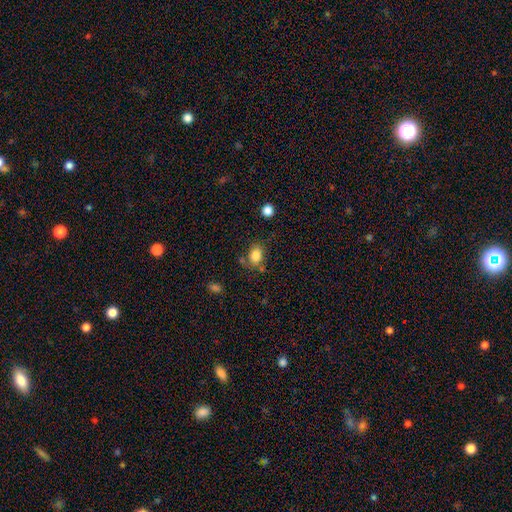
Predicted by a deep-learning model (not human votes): smooth_or_featured: smooth (p=0.84) [alt: star or artifact p=0.10]
how_rounded: in between (p=0.61) [alt: round p=0.38]
merging: none (p=0.66) [alt: minor disturbance p=0.18]